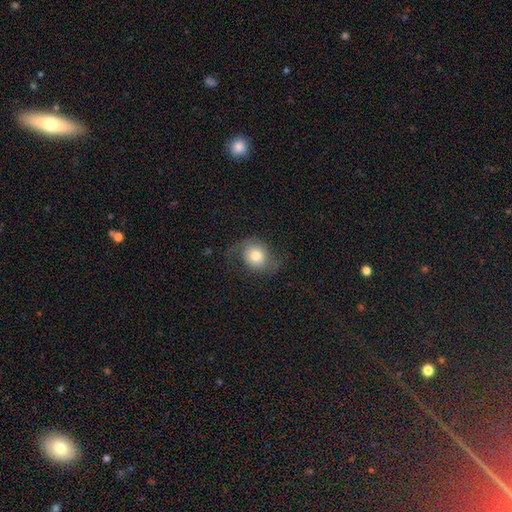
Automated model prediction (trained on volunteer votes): Smooth or featured?
  - smooth: 57% *
  - featured or disk: 33%
  - star or artifact: 10%
How rounded?
  - round: 66% *
  - in between: 33%
  - cigar-shaped: 1%
Merging?
  - none: 58% *
  - minor disturbance: 22%
  - major disturbance: 18%
  - merger: 1%